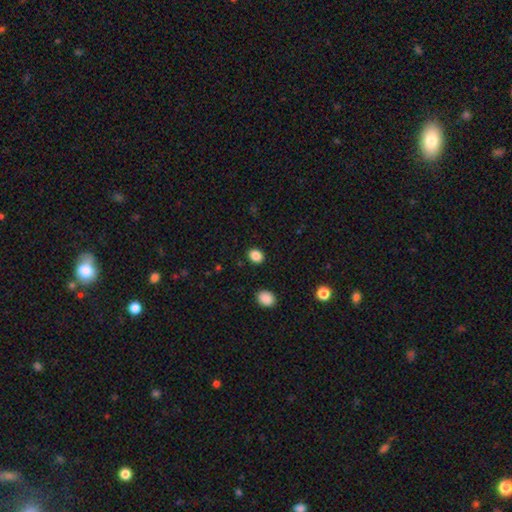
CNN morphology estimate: smooth_or_featured: smooth (p=0.86) [alt: star or artifact p=0.10]
how_rounded: in between (p=0.50) [alt: round p=0.49]
merging: none (p=0.90) [alt: minor disturbance p=0.07]